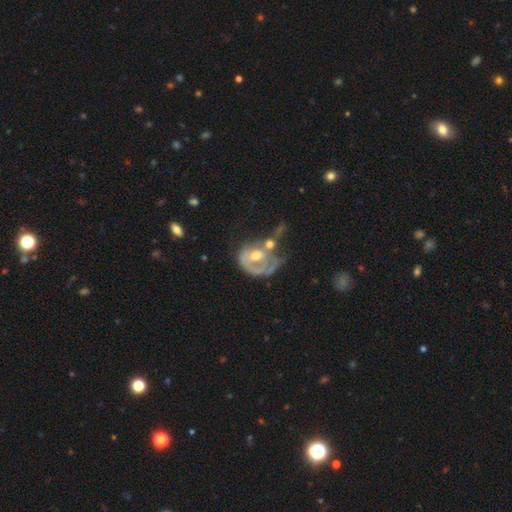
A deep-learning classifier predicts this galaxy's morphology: A featured or disk galaxy (69%) with no bar (69%), spiral arms (51%) and a moderate central bulge (64%). Merging: merger (36%).